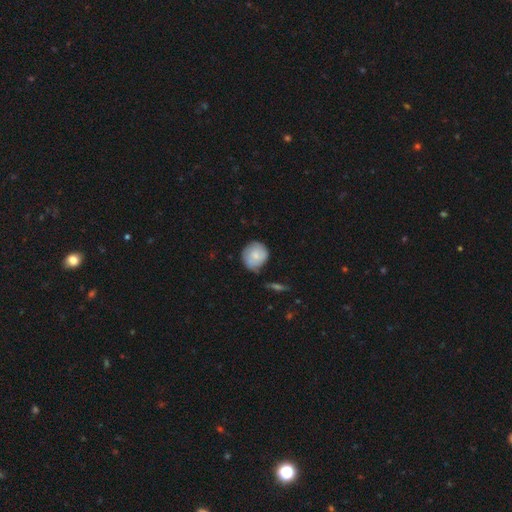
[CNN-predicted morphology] A smooth galaxy with no disk features (72%) that is round (83%).

Vote fractions:
- Smooth or featured? smooth: 72% / featured or disk: 22% / star or artifact: 6%
- How rounded? round: 83% / in between: 16% / cigar-shaped: 1%
- Merging? none: 65% / minor disturbance: 27% / major disturbance: 5% / merger: 3%